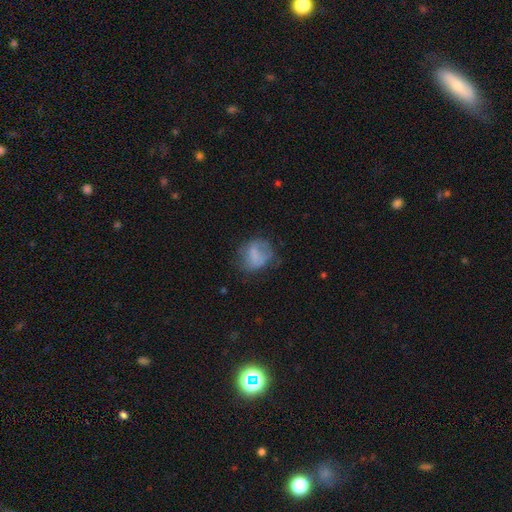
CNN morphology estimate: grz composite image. It shows a smooth galaxy with no disk features (64%) that is round (64%). Merging: none (48%).